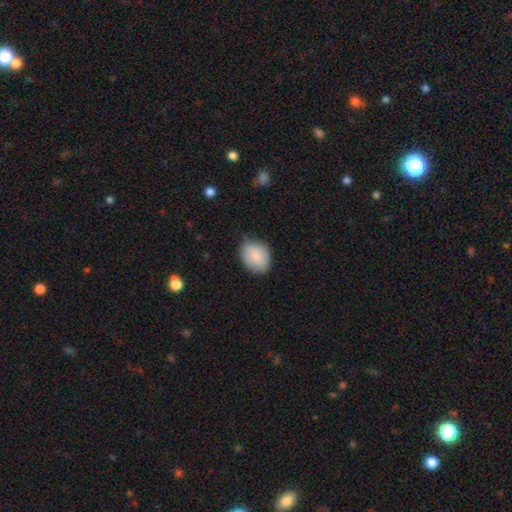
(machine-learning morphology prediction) This appears to be a smooth galaxy with no disk features (86%) that is in between round and cigar-shaped (66%). Merging: none (76%).